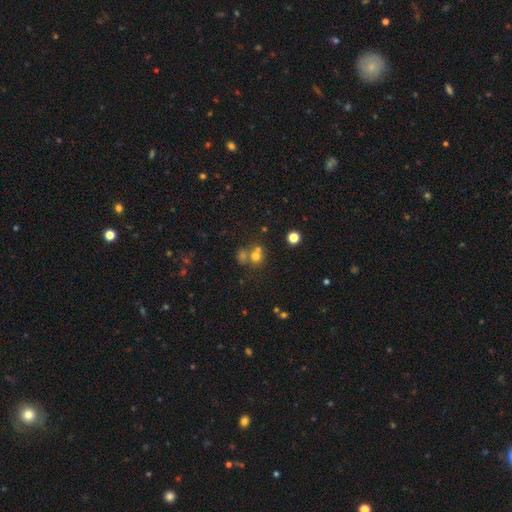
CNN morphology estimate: This is likely a smooth galaxy (66%). How rounded: likely round (80%). Merging: possibly merger (45%).